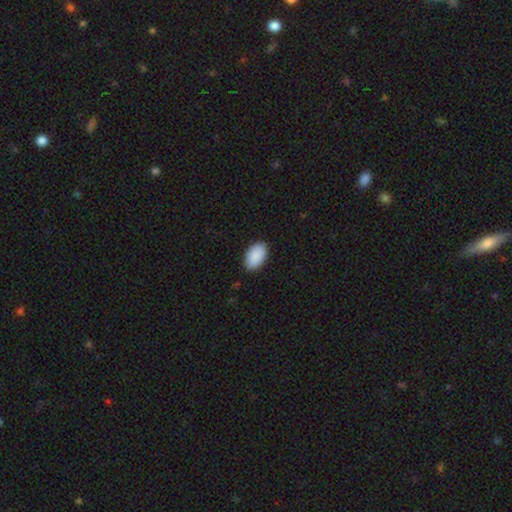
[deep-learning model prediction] smooth-or-featured: smooth: 92% | star or artifact: 6% | featured or disk: 3%
  how-rounded: in between: 95% | round: 4% | cigar-shaped: 1%
  merging: none: 87% | minor disturbance: 10% | major disturbance: 2% | merger: 1%